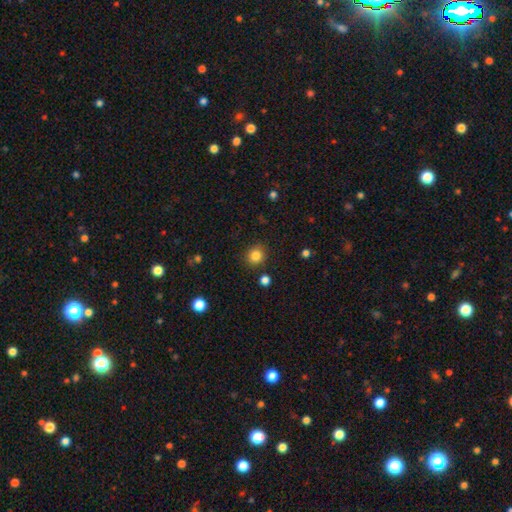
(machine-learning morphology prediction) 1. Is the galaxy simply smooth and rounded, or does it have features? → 84% smooth, 11% star or artifact, 5% featured or disk.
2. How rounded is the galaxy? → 85% round, 14% in between, 1% cigar-shaped.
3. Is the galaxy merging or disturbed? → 87% none, 8% minor disturbance, 3% merger, 3% major disturbance.